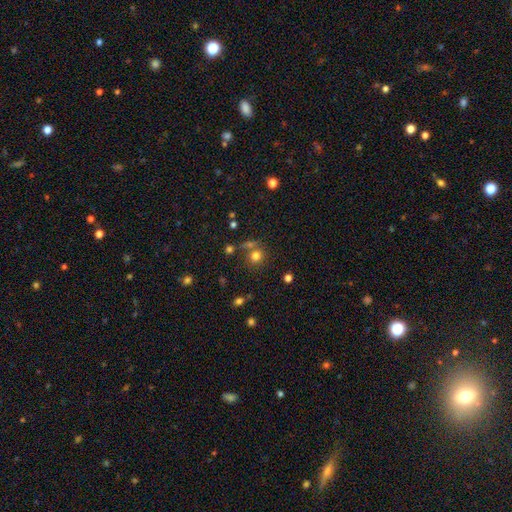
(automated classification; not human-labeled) smooth 75%, star or artifact 16%, featured or disk 9%. Down the decision tree: how rounded — round (83%); merging — none (63%).